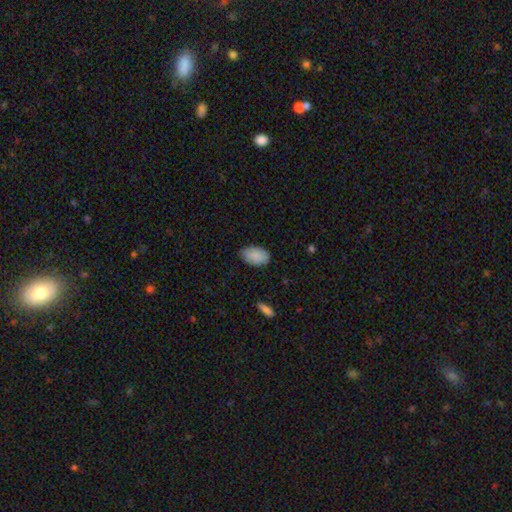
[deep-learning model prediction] This appears to be a smooth galaxy with no disk features (88%) that is in between round and cigar-shaped (93%). Merging: none (82%).